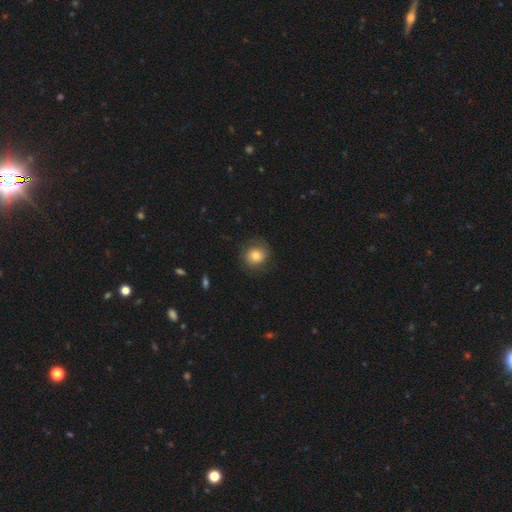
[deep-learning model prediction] Smooth or featured? Predicted: smooth (p=0.72). How rounded? Predicted: round (p=0.81). Merging? Predicted: none (p=0.76).